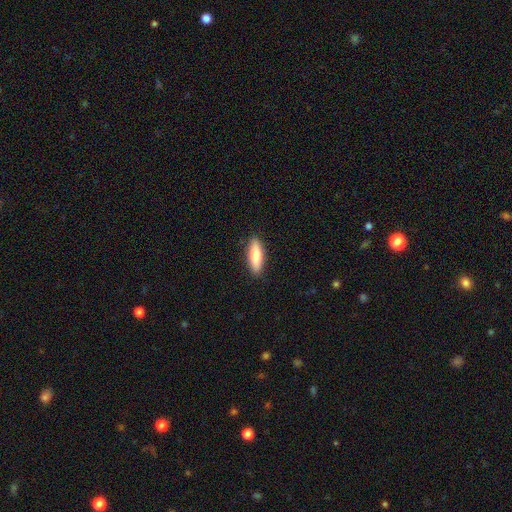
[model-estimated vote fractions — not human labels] Morphology: type=smooth (84%); roundness=in between (52%); merging=none (88%).